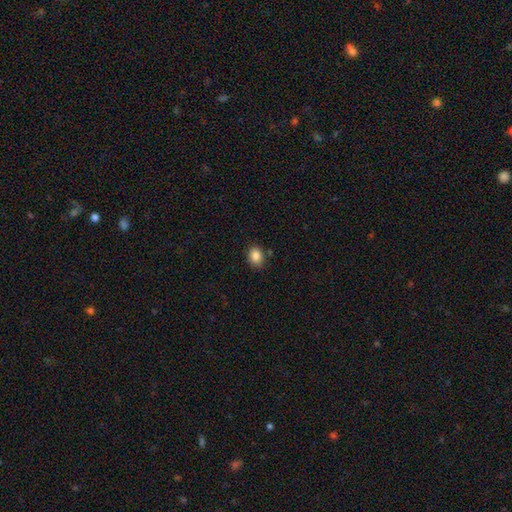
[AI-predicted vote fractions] This is clearly a smooth galaxy (84%). How rounded: possibly in between (53%). Merging: clearly none (83%).